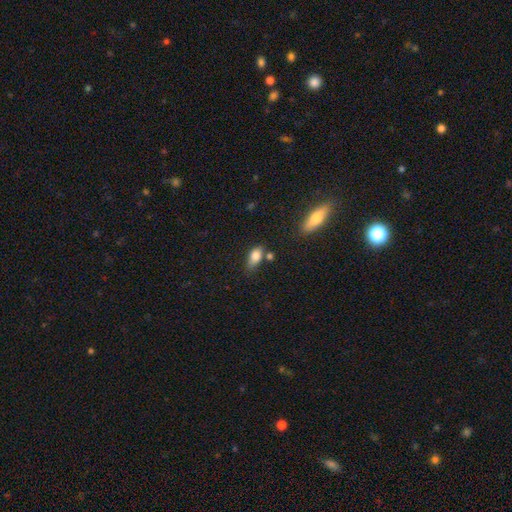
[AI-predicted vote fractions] This is likely a smooth galaxy (80%). How rounded: clearly in between (83%). Merging: possibly none (49%).